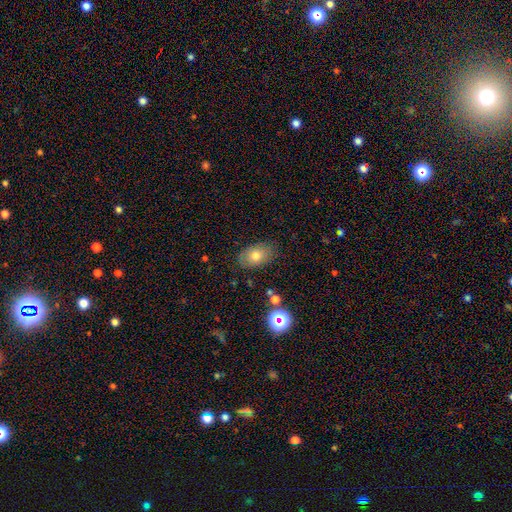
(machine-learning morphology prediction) Smooth or featured? smooth (73%)
How rounded? in between (85%)
Merging? none (80%)